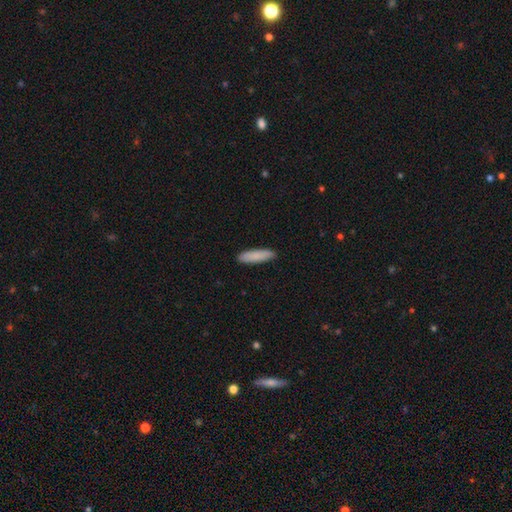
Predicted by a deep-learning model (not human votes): This appears to be a smooth galaxy with no disk features (86%) that is cigar-shaped (71%). Merging: none (89%).